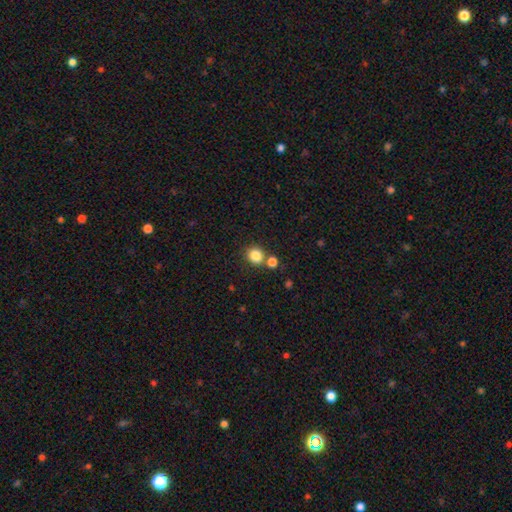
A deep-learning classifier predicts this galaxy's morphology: A smooth galaxy with no disk features (84%) that is round (82%).

Vote fractions:
- Smooth or featured? smooth: 84% / star or artifact: 11% / featured or disk: 5%
- How rounded? round: 82% / in between: 17% / cigar-shaped: 1%
- Merging? none: 69% / merger: 19% / minor disturbance: 9% / major disturbance: 3%